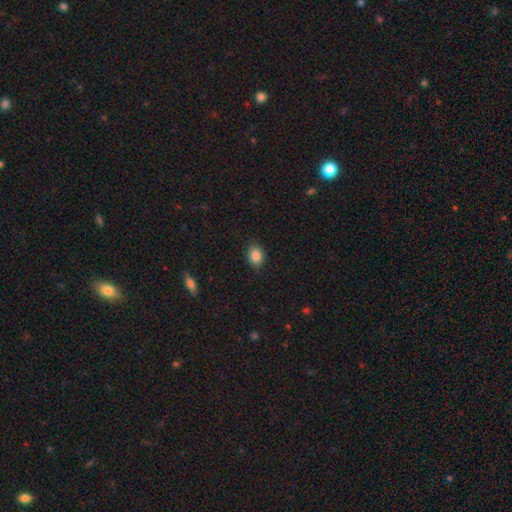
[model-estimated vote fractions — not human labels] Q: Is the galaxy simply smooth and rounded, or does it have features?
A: smooth — 87%.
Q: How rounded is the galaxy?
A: in between — 69%.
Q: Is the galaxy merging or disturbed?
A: none — 84%.